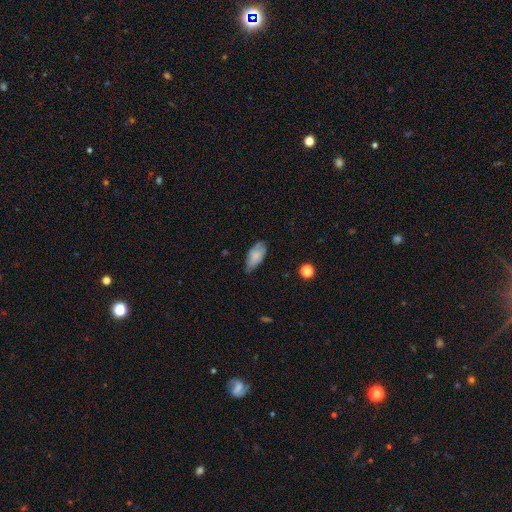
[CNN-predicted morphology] smooth_or_featured: smooth (p=0.72) [alt: featured or disk p=0.20]
how_rounded: in between (p=0.90) [alt: cigar-shaped p=0.08]
merging: none (p=0.60) [alt: minor disturbance p=0.32]